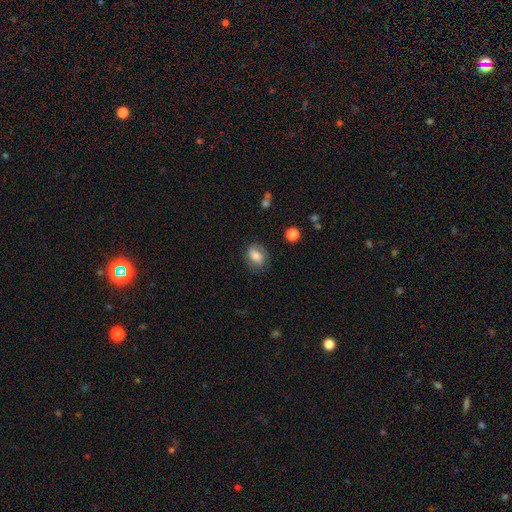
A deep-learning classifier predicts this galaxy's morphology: Smooth or featured?
  - smooth: 74% *
  - featured or disk: 17%
  - star or artifact: 9%
How rounded?
  - in between: 69% *
  - round: 29%
  - cigar-shaped: 2%
Merging?
  - none: 76% *
  - minor disturbance: 17%
  - major disturbance: 5%
  - merger: 1%